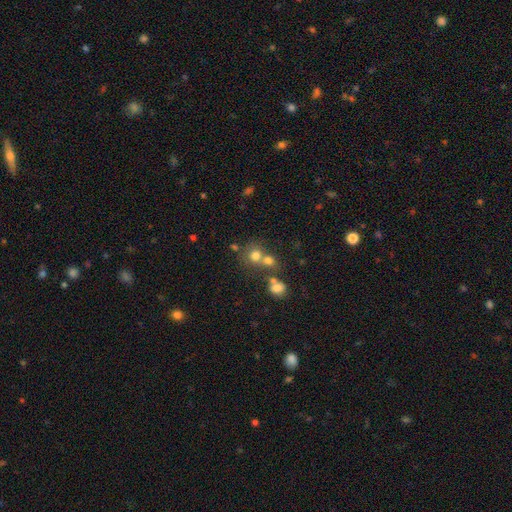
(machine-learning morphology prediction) Overall: smooth (72%). How rounded: round (81%). Merging: none (47%; merger 40%).